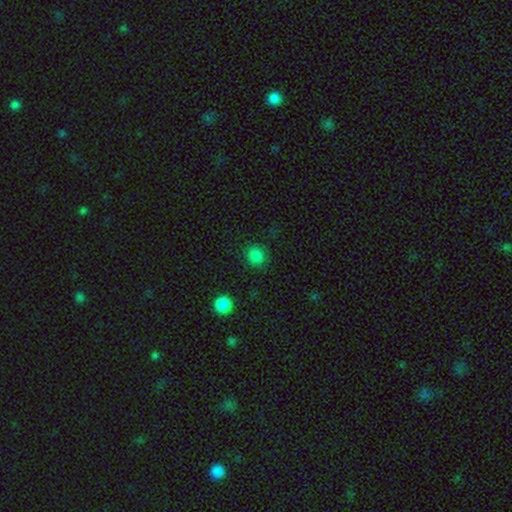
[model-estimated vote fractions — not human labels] This appears to be a smooth galaxy with no disk features (84%) that is round (84%). Merging: none (86%).